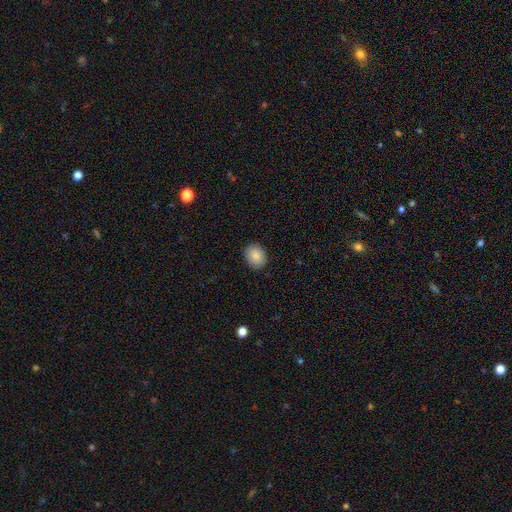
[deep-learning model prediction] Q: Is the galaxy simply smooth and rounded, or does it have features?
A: smooth — 86%.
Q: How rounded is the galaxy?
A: round — 51%.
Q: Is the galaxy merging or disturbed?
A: none — 89%.